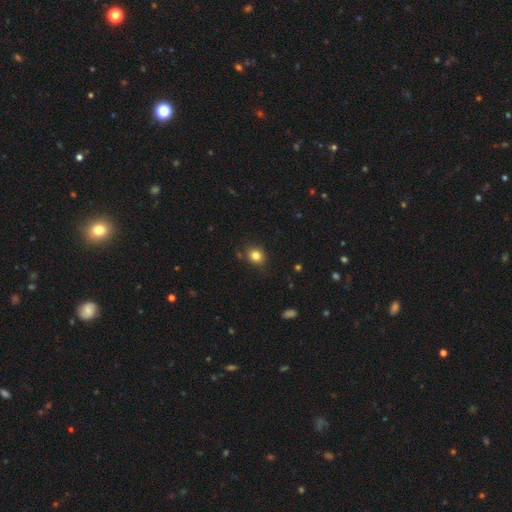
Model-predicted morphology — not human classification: This appears to be a smooth galaxy with no disk features (82%) that is round (70%). Merging: none (82%).